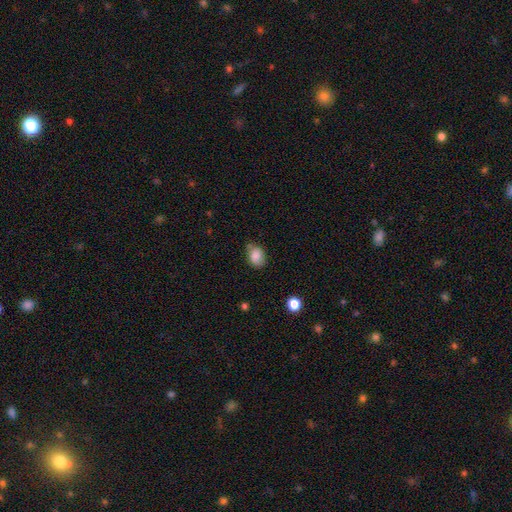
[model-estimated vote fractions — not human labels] This is clearly a smooth galaxy (83%). How rounded: likely in between (71%). Merging: likely none (67%).